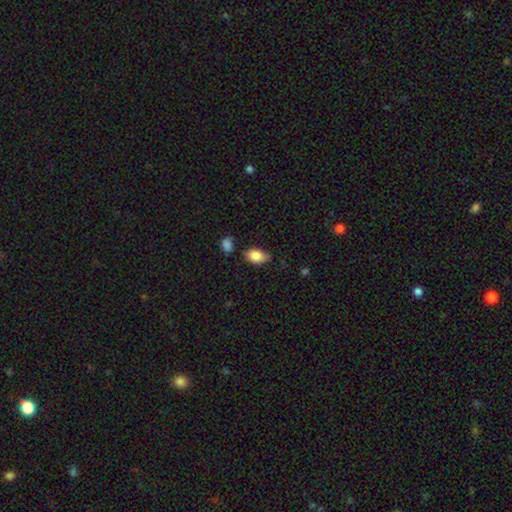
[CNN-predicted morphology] Smooth or featured? smooth (85%)
How rounded? in between (87%)
Merging? none (58%)